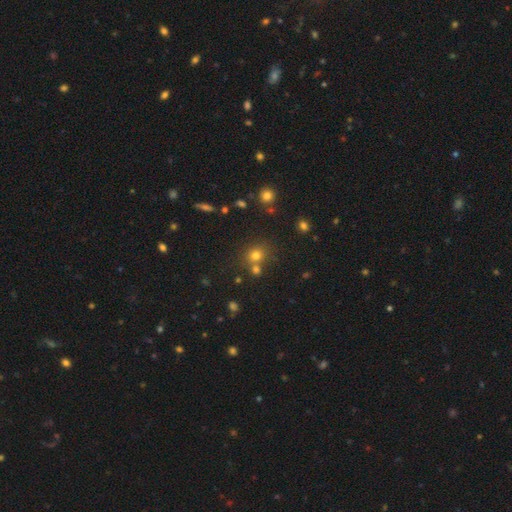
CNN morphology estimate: Smooth or featured?
  - smooth: 70% *
  - star or artifact: 21%
  - featured or disk: 9%
How rounded?
  - round: 77% *
  - in between: 22%
  - cigar-shaped: 1%
Merging?
  - none: 62% *
  - merger: 24%
  - minor disturbance: 10%
  - major disturbance: 4%